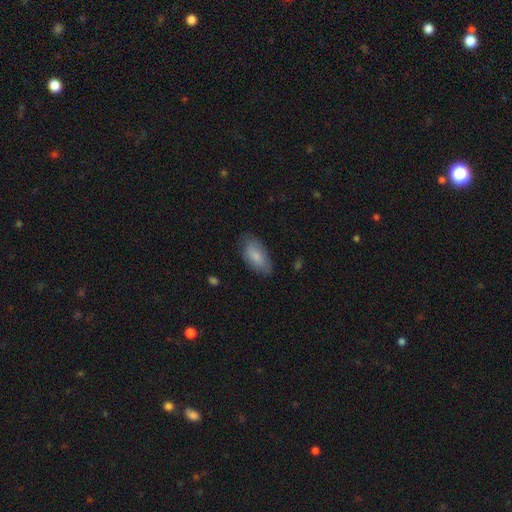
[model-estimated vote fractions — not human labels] smooth-or-featured: smooth: 82% | featured or disk: 12% | star or artifact: 6%
  how-rounded: in between: 91% | cigar-shaped: 7% | round: 2%
  merging: none: 74% | minor disturbance: 20% | major disturbance: 4% | merger: 1%